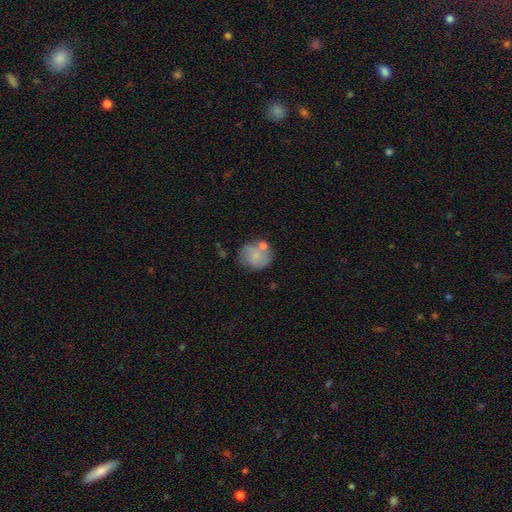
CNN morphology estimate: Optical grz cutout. It shows a smooth galaxy with no disk features (71%) that is round (77%). Merging: none (56%).